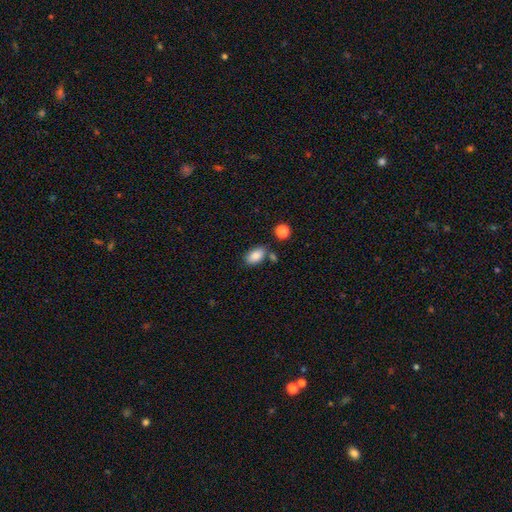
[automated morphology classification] Overall: smooth (87%). How rounded: in between (91%). Merging: none (71%).